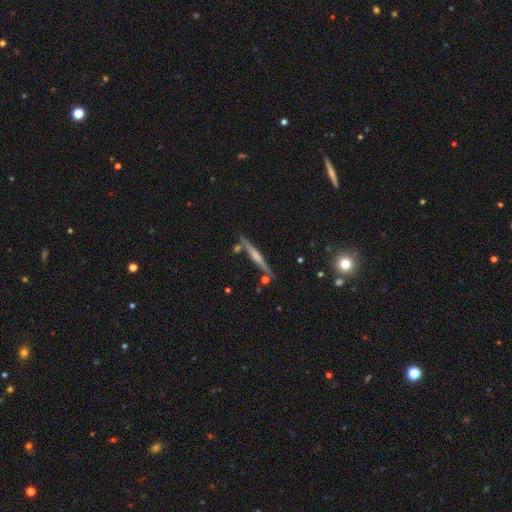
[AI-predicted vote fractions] A featured or disk galaxy (63%) viewed edge-on (97%) with a rounded central bulge (45%). Merging: none (82%).